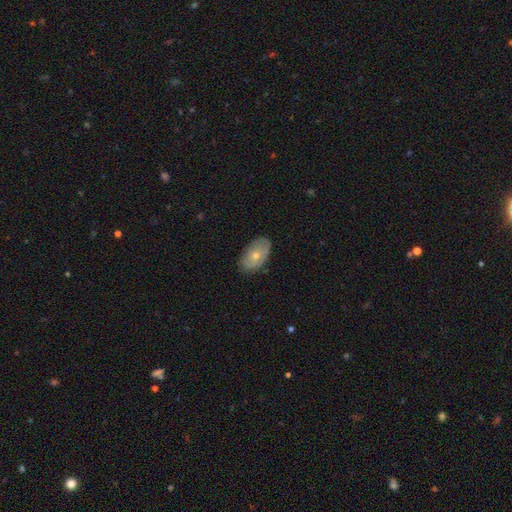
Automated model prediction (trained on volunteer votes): Smooth or featured?
  - smooth: 49% *
  - featured or disk: 42%
  - star or artifact: 8%
Merging?
  - none: 81% *
  - minor disturbance: 15%
  - major disturbance: 3%
  - merger: 1%